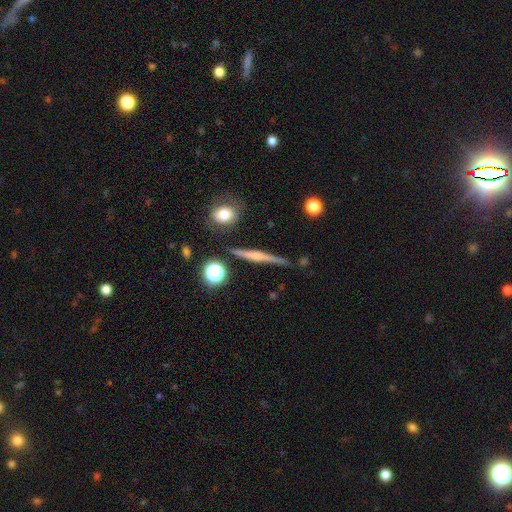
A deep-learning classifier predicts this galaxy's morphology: This is likely a featured or disk galaxy (61%). It is clearly viewed edge-on (96%). Edge-on bulge: possibly rounded (55%). Merging: clearly none (83%).